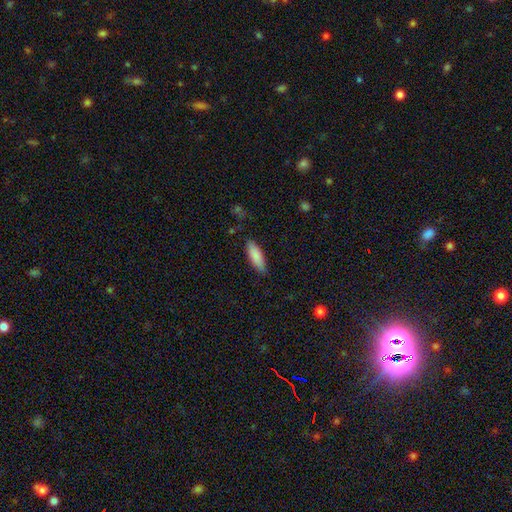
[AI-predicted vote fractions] A smooth galaxy with no disk features (87%) that is in between round and cigar-shaped (61%).

Vote fractions:
- Smooth or featured? smooth: 87% / featured or disk: 8% / star or artifact: 6%
- How rounded? in between: 61% / cigar-shaped: 37% / round: 2%
- Merging? none: 83% / minor disturbance: 13% / major disturbance: 3% / merger: 1%